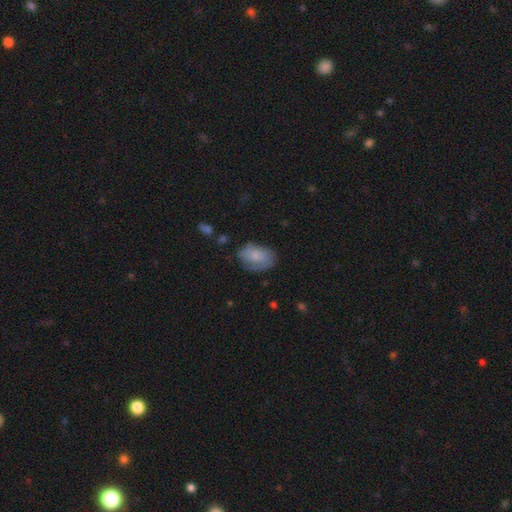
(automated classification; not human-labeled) smooth 72%, featured or disk 20%, star or artifact 8%. Down the decision tree: how rounded — in between (83%); merging — none (61%).